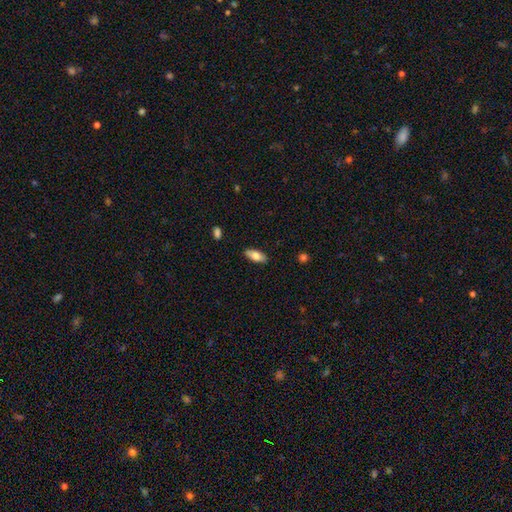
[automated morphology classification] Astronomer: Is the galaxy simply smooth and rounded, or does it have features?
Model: smooth — 74%.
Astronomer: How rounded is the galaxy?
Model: in between — 82%.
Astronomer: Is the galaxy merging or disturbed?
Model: none — 87%.